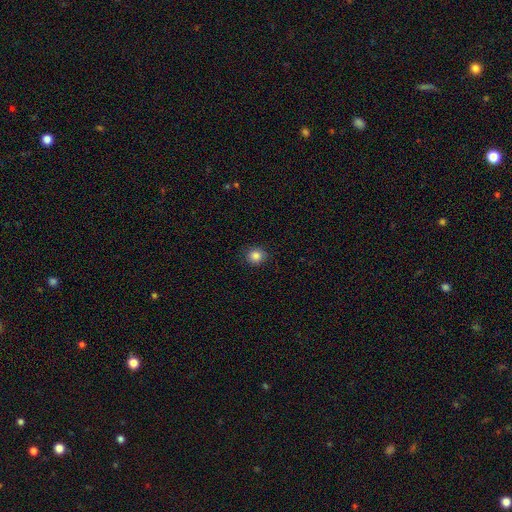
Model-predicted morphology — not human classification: This appears to be a smooth galaxy with no disk features (85%) that is round (87%). Merging: none (89%).